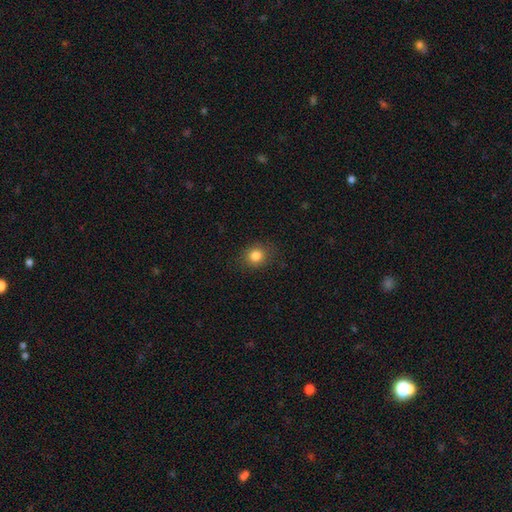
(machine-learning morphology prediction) smooth 83%, star or artifact 11%, featured or disk 6%. Down the decision tree: how rounded — round (72%); merging — none (85%).